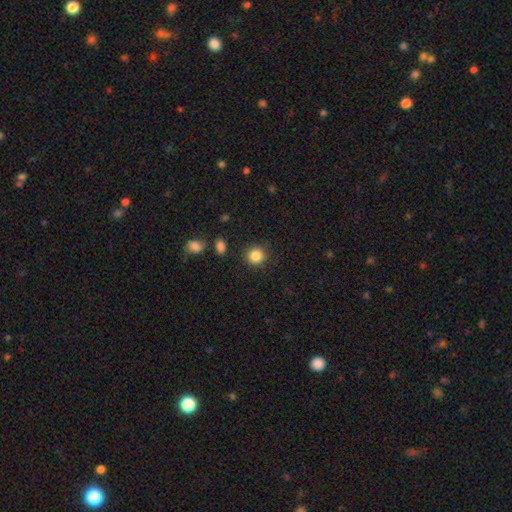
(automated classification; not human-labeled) Smooth or featured?
  - smooth: 85% *
  - star or artifact: 10%
  - featured or disk: 4%
How rounded?
  - round: 91% *
  - in between: 8%
  - cigar-shaped: 1%
Merging?
  - none: 89% *
  - minor disturbance: 6%
  - major disturbance: 2%
  - merger: 2%